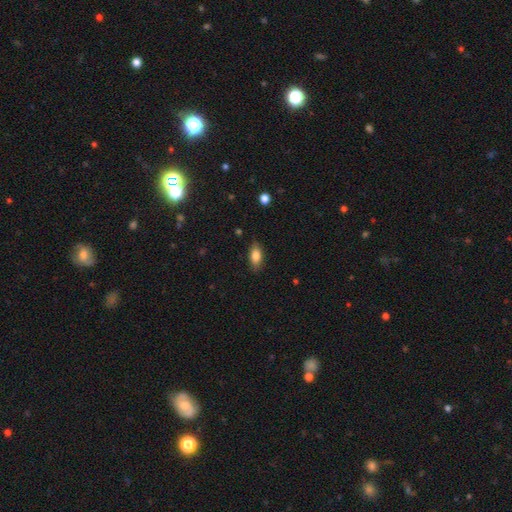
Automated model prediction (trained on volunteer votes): Smooth or featured? smooth (82%)
How rounded? in between (86%)
Merging? none (83%)